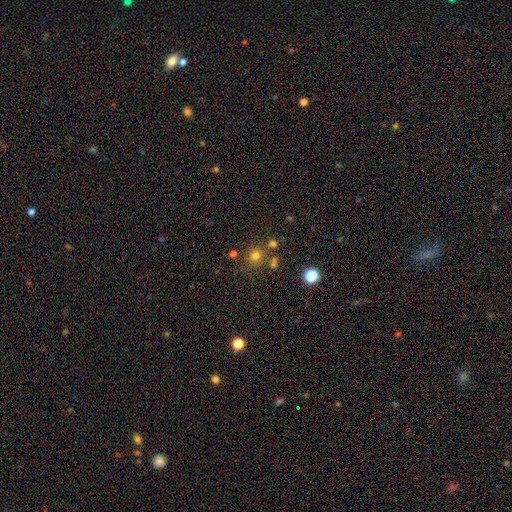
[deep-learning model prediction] Smooth or featured? Predicted: smooth (p=0.72). How rounded? Predicted: round (p=0.89). Merging? Predicted: none (p=0.73).